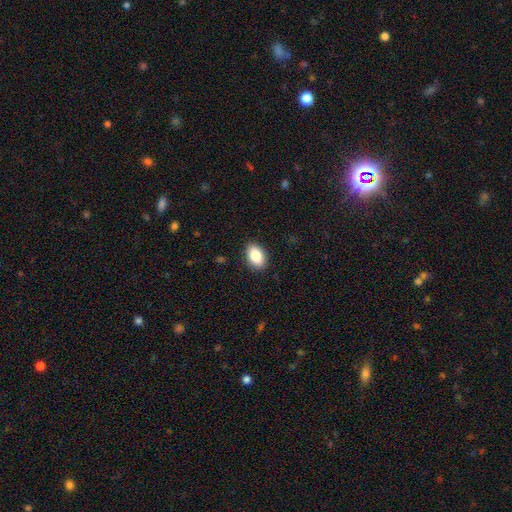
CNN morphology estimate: Smooth or featured? Predicted: smooth (p=0.85). How rounded? Predicted: in between (p=0.89). Merging? Predicted: none (p=0.88).